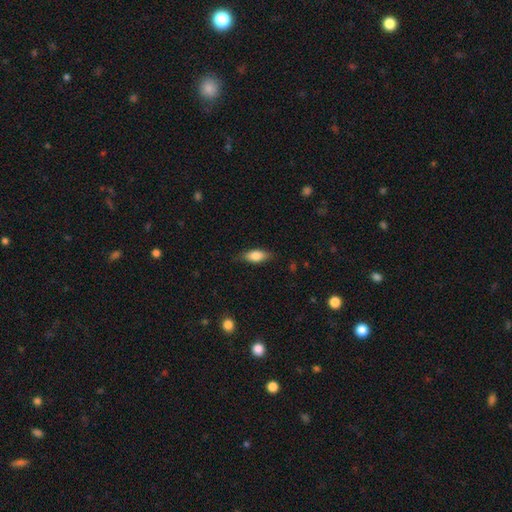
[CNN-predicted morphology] Smooth or featured? Predicted: smooth (p=0.79). How rounded? Predicted: in between (p=0.82). Merging? Predicted: none (p=0.81).